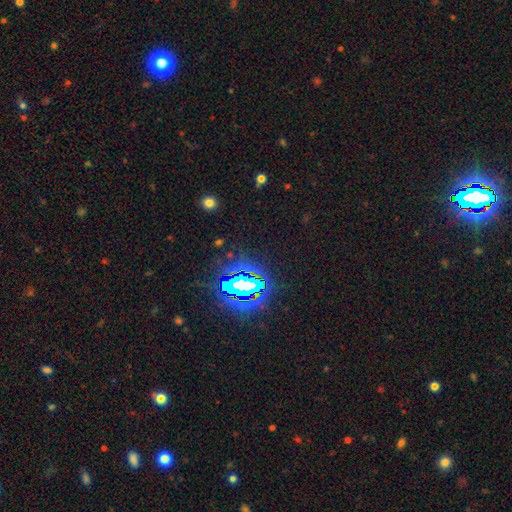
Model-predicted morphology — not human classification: Smooth or featured?
  - star or artifact: 84% *
  - smooth: 9%
  - featured or disk: 7%